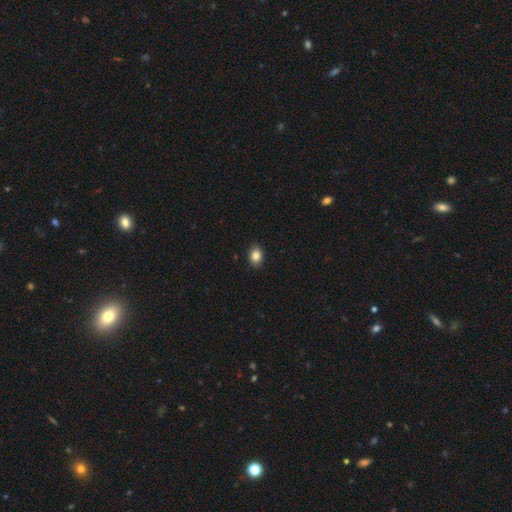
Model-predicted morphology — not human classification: This appears to be a smooth galaxy with no disk features (85%) that is in between round and cigar-shaped (61%). Merging: none (89%).